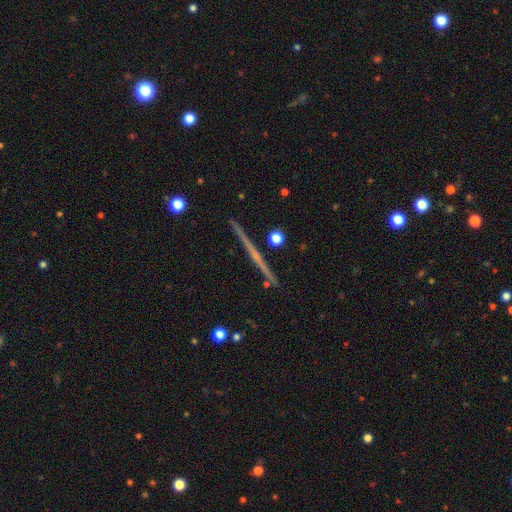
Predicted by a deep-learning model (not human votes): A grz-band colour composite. It shows a featured or disk galaxy (77%) viewed edge-on (98%) with no central bulge (58%). Merging: none (92%).